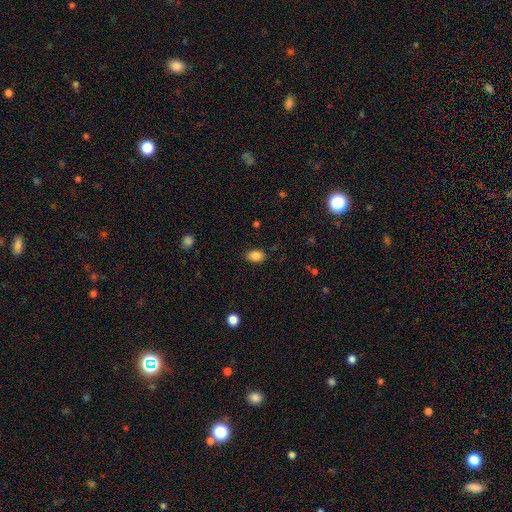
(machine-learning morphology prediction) This is clearly a smooth galaxy (86%). How rounded: clearly in between (85%). Merging: clearly none (82%).